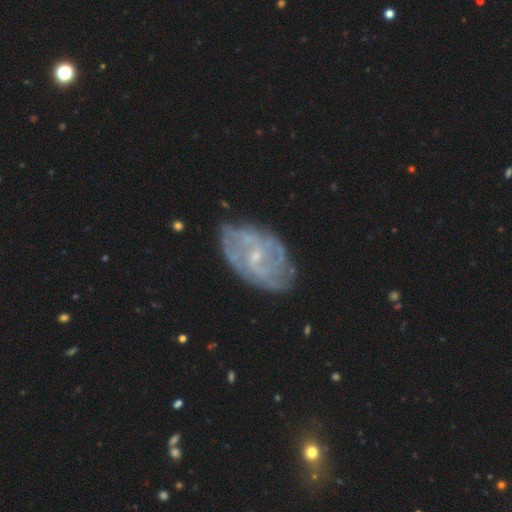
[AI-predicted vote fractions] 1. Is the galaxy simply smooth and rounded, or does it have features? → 78% featured or disk, 15% smooth, 7% star or artifact.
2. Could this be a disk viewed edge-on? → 96% no, 4% yes.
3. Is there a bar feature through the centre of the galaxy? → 47% no, 44% weak, 9% strong.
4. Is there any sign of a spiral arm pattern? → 78% yes, 22% no.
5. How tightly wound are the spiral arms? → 47% tight, 35% medium, 17% loose.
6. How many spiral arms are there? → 50% can't tell, 20% 2, 11% 3, 9% 4, 5% more than 4, 5% 1.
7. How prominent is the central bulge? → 74% small, 18% moderate, 6% none, 1% large, 1% dominant.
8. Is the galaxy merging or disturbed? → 71% none, 19% minor disturbance, 8% major disturbance, 2% merger.